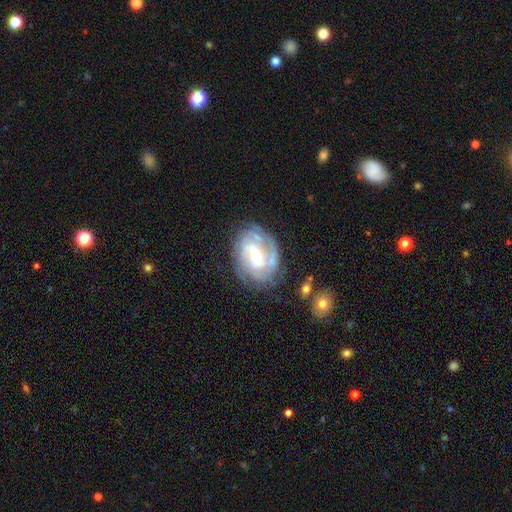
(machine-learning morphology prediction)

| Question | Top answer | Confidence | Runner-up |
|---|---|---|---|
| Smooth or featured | featured or disk | 86% | smooth (8%) |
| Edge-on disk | no | 97% | yes (3%) |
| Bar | weak | 45% | no (34%) |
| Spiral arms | yes | 94% | no (6%) |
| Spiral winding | tight | 57% | medium (34%) |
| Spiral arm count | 2 | 37% | can't tell (25%) |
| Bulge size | small | 54% | moderate (42%) |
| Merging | none | 70% | minor disturbance (19%) |